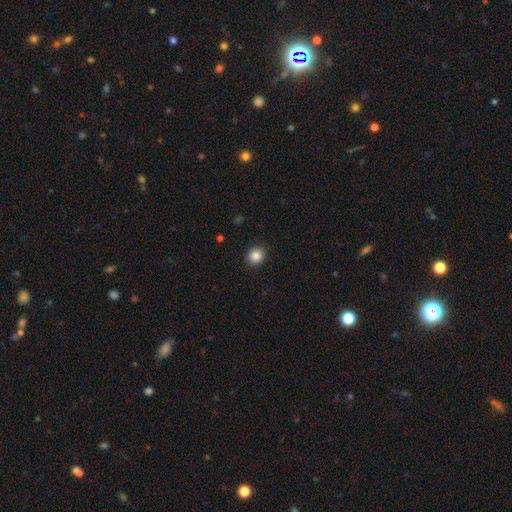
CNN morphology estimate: Overall: smooth (86%). How rounded: round (78%). Merging: none (90%).